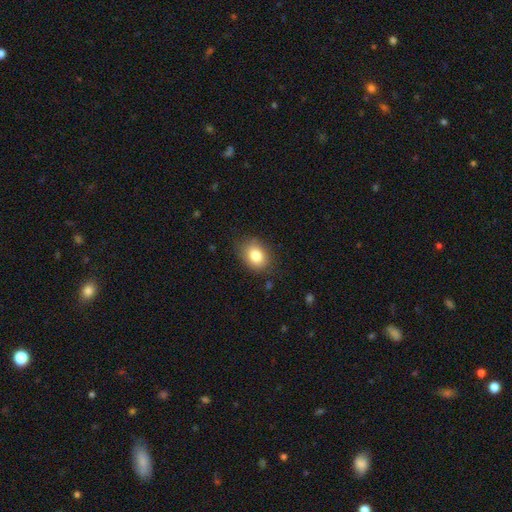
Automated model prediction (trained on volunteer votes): Smooth or featured?
  - smooth: 83% *
  - star or artifact: 9%
  - featured or disk: 8%
How rounded?
  - in between: 68% *
  - round: 31%
  - cigar-shaped: 1%
Merging?
  - none: 79% *
  - minor disturbance: 16%
  - major disturbance: 4%
  - merger: 1%